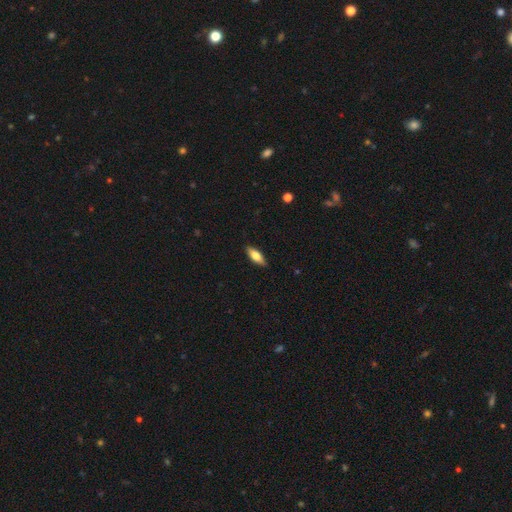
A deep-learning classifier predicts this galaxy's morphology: Smooth or featured? smooth (71%)
How rounded? in between (70%)
Merging? none (88%)